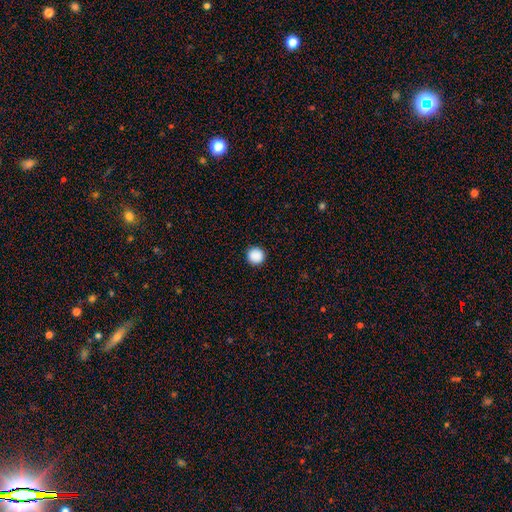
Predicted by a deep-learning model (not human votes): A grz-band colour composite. It shows a smooth galaxy with no disk features (89%) that is round (96%). Merging: none (94%).